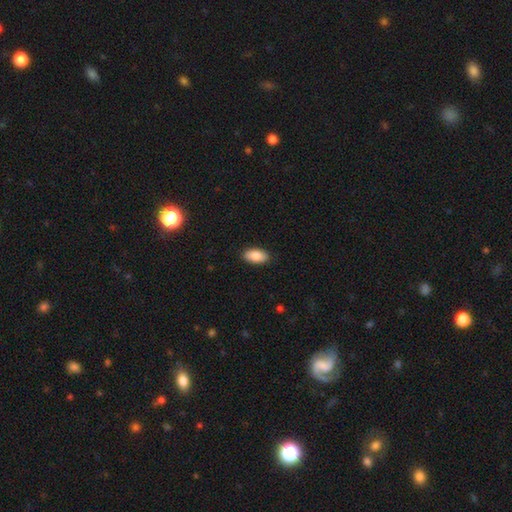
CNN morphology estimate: Smooth or featured?
  - smooth: 84% *
  - featured or disk: 9%
  - star or artifact: 7%
How rounded?
  - in between: 93% *
  - cigar-shaped: 4%
  - round: 3%
Merging?
  - none: 89% *
  - minor disturbance: 8%
  - major disturbance: 2%
  - merger: 1%